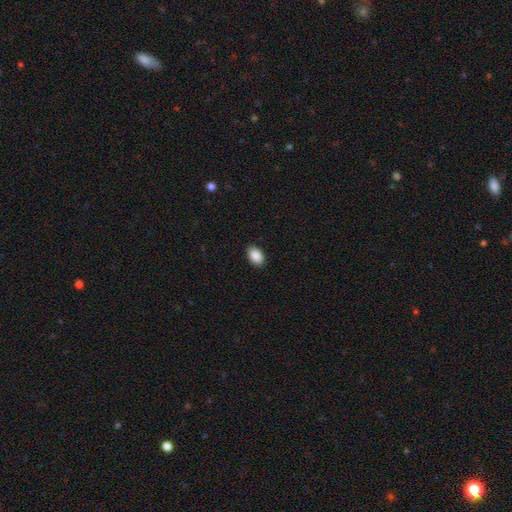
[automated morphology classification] smooth_or_featured: smooth (p=0.90) [alt: star or artifact p=0.07]
how_rounded: in between (p=0.89) [alt: round p=0.10]
merging: none (p=0.90) [alt: minor disturbance p=0.08]